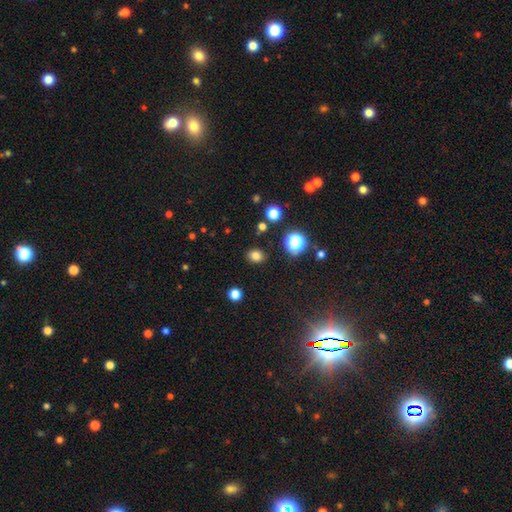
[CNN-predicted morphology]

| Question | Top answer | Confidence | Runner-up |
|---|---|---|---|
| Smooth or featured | smooth | 79% | star or artifact (16%) |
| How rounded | round | 57% | in between (42%) |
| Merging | none | 88% | minor disturbance (8%) |